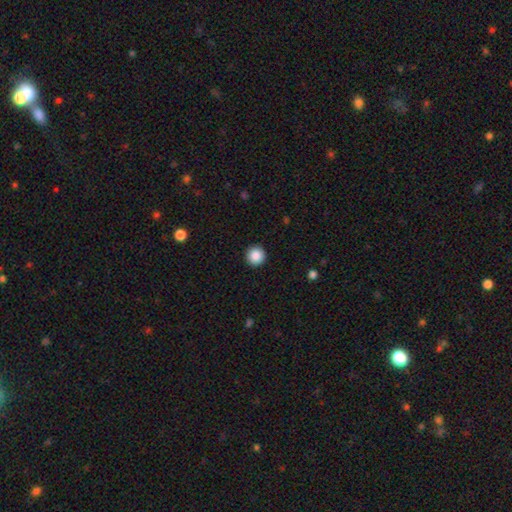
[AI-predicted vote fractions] Morphology: type=smooth (88%); roundness=round (96%); merging=none (93%).